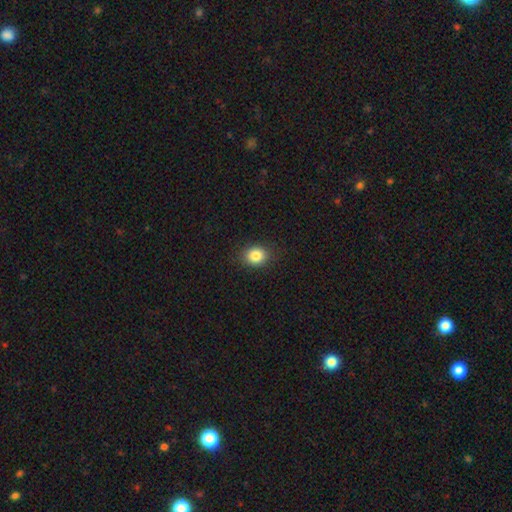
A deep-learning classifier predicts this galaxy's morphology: Smooth or featured? smooth (84%)
How rounded? round (65%)
Merging? none (88%)